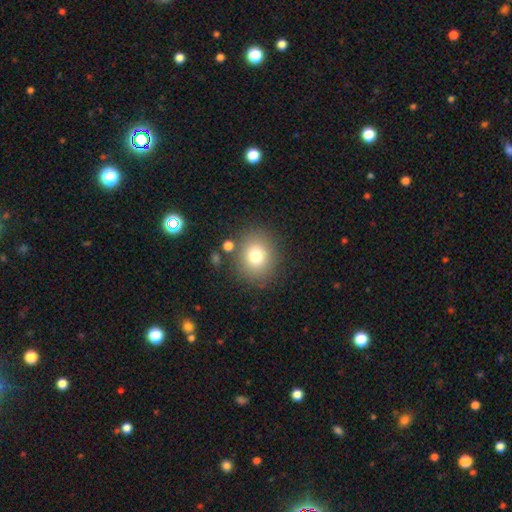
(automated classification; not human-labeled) A smooth galaxy with no disk features (77%) that is round (75%).

Vote fractions:
- Smooth or featured? smooth: 77% / star or artifact: 13% / featured or disk: 11%
- How rounded? round: 75% / in between: 24% / cigar-shaped: 1%
- Merging? none: 83% / minor disturbance: 9% / merger: 4% / major disturbance: 4%